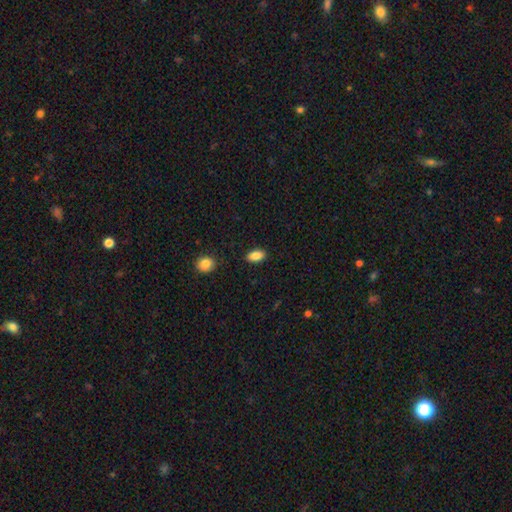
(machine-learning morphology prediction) The model was most divided on "smooth or featured": smooth: 87%, star or artifact: 8%, featured or disk: 5%. More confident: how rounded — in between (91%); merging — none (88%).